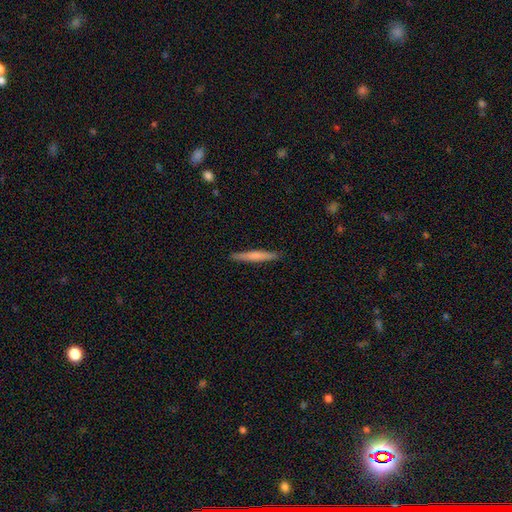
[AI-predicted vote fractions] The model was most divided on "smooth or featured": smooth: 63%, featured or disk: 32%, star or artifact: 5%. More confident: how rounded — cigar-shaped (95%); merging — none (91%).